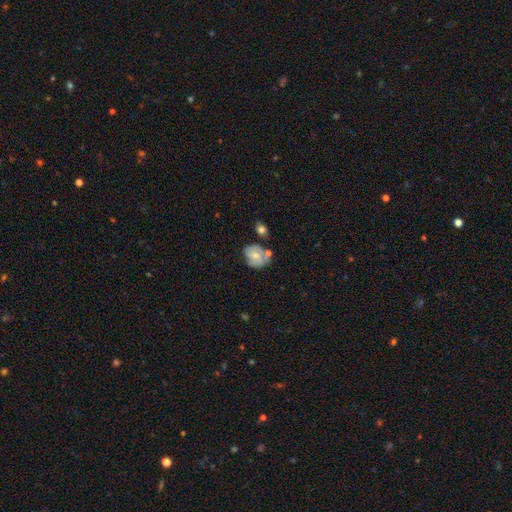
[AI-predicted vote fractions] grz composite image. It shows a smooth galaxy with no disk features (57%) that is round (55%). Merging: none (44%).